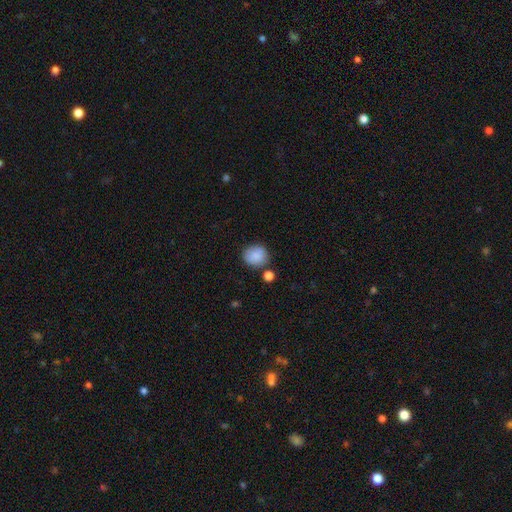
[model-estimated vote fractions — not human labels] Smooth or featured?
  - smooth: 87% *
  - star or artifact: 8%
  - featured or disk: 5%
How rounded?
  - round: 72% *
  - in between: 27%
  - cigar-shaped: 1%
Merging?
  - none: 75% *
  - minor disturbance: 13%
  - merger: 8%
  - major disturbance: 4%